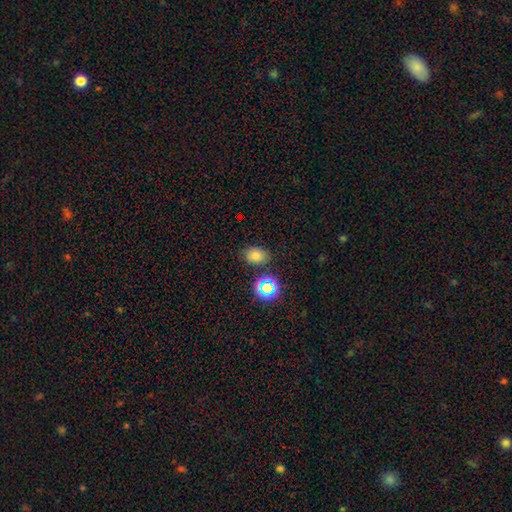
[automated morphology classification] Overall: smooth (71%). How rounded: in between (68%; round 31%). Merging: none (80%).